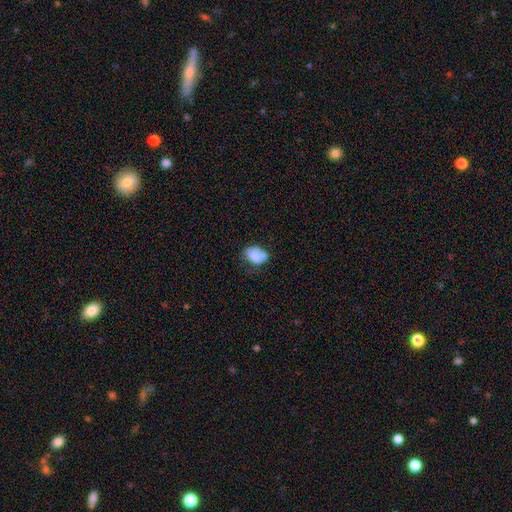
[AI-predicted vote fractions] smooth-or-featured: smooth: 75% | featured or disk: 16% | star or artifact: 9%
  how-rounded: in between: 80% | round: 18% | cigar-shaped: 1%
  merging: none: 42% | minor disturbance: 31% | major disturbance: 14% | merger: 13%